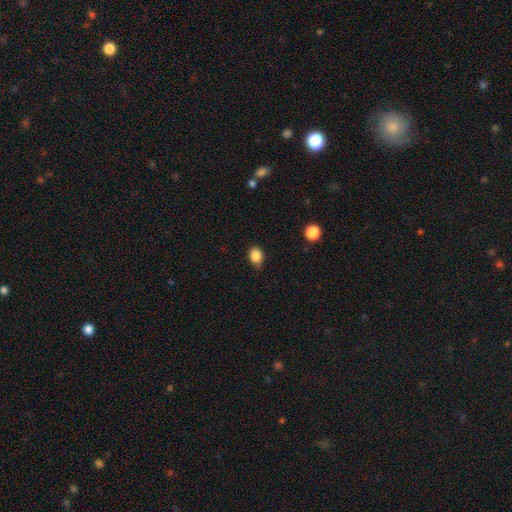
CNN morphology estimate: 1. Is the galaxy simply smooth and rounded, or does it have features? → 85% smooth, 10% star or artifact, 5% featured or disk.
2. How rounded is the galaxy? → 65% in between, 34% round, 1% cigar-shaped.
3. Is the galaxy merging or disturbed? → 73% none, 23% minor disturbance, 3% major disturbance, 1% merger.